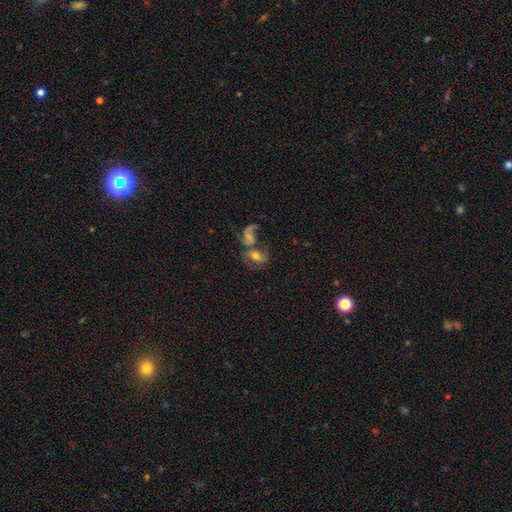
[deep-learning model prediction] featured or disk 49%, smooth 40%, star or artifact 11%. Down the decision tree: merging — merger (54%).